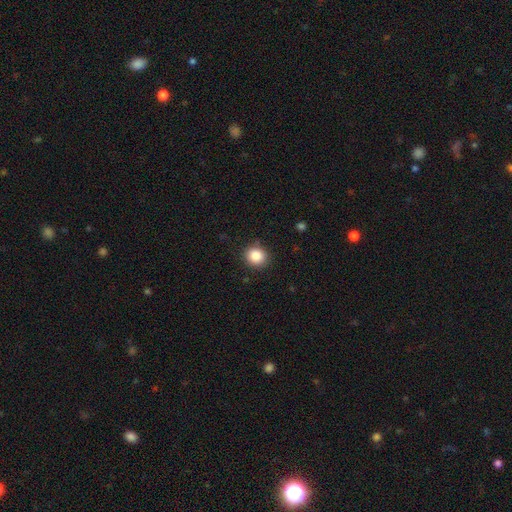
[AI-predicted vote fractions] Overall: smooth (86%). How rounded: round (80%). Merging: none (87%).